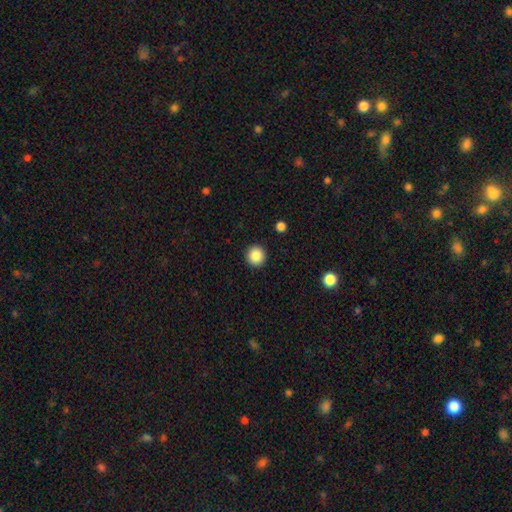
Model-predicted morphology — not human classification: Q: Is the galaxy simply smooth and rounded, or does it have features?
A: smooth — 87%.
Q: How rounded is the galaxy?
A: round — 95%.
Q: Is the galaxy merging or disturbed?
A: none — 93%.